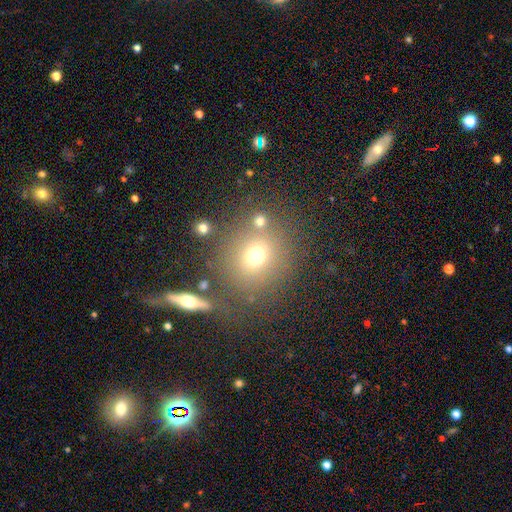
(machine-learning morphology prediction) smooth-or-featured: smooth: 67% | star or artifact: 18% | featured or disk: 15%
  how-rounded: round: 77% | in between: 21% | cigar-shaped: 2%
  merging: none: 70% | minor disturbance: 12% | merger: 12% | major disturbance: 6%